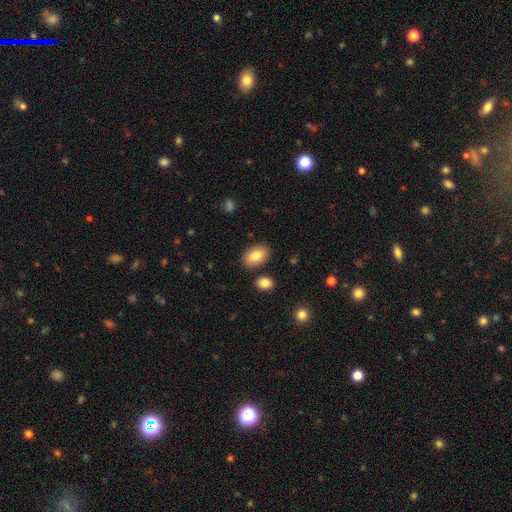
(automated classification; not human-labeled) Smooth or featured?
  - smooth: 83% *
  - featured or disk: 10%
  - star or artifact: 7%
How rounded?
  - in between: 90% *
  - round: 9%
  - cigar-shaped: 1%
Merging?
  - none: 84% *
  - minor disturbance: 9%
  - merger: 4%
  - major disturbance: 2%